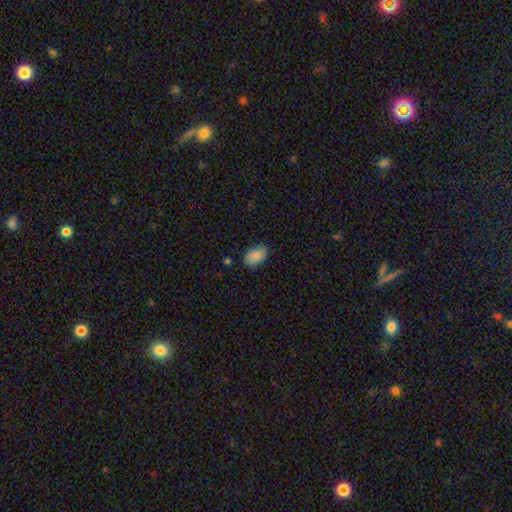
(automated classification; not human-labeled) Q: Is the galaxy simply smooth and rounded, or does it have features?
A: smooth — 84%.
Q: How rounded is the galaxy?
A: in between — 87%.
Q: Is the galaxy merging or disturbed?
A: none — 76%.